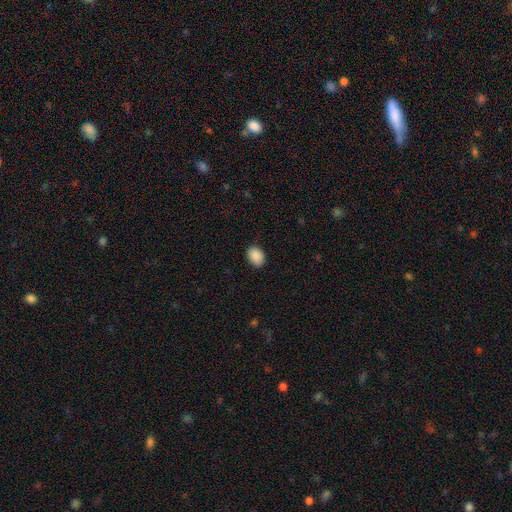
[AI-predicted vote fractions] Smooth or featured: smooth — 90% (star or artifact — 7%)
How rounded: in between — 74% (round — 25%)
Merging: none — 85% (minor disturbance — 12%)